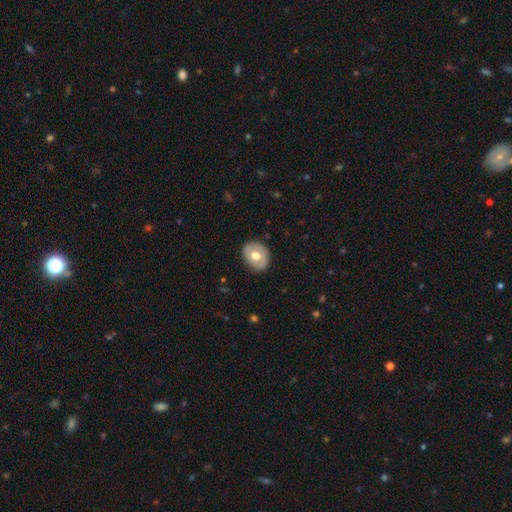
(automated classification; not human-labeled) A smooth galaxy with no disk features (57%) that is round (55%).

Vote fractions:
- Smooth or featured? smooth: 57% / featured or disk: 36% / star or artifact: 6%
- How rounded? round: 55% / in between: 44% / cigar-shaped: 1%
- Merging? none: 85% / minor disturbance: 11% / major disturbance: 3% / merger: 1%